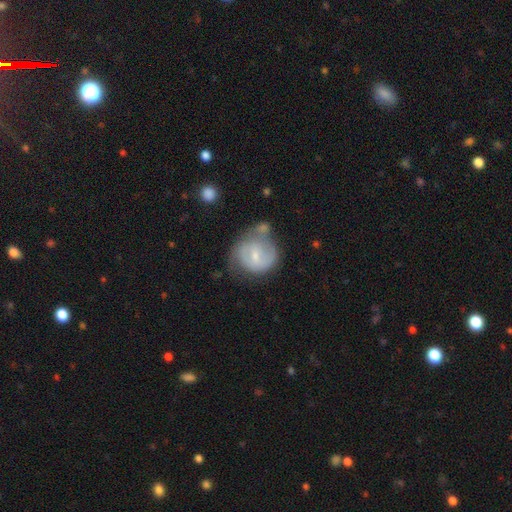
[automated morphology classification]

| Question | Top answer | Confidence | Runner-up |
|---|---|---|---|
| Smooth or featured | featured or disk | 51% | smooth (42%) |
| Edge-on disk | no | 97% | yes (3%) |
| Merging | none | 38% | minor disturbance (26%) |